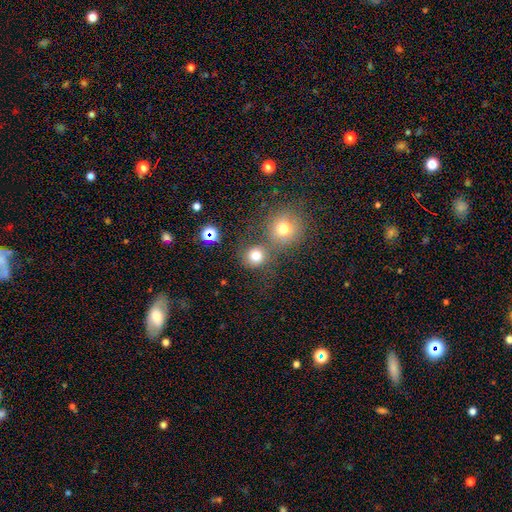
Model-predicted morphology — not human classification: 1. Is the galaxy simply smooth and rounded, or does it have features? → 75% smooth, 16% star or artifact, 9% featured or disk.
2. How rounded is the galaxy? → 88% round, 11% in between, 1% cigar-shaped.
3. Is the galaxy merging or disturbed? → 58% none, 28% merger, 9% minor disturbance, 5% major disturbance.